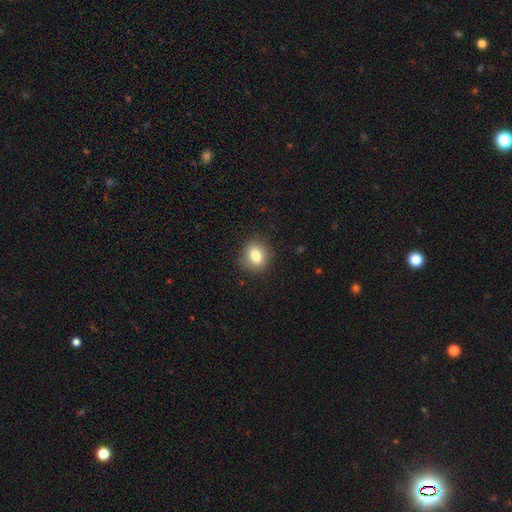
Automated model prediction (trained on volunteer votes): The model was most divided on "how rounded": round: 63%, in between: 36%, cigar-shaped: 1%. More confident: merging — none (86%); smooth or featured — smooth (80%).